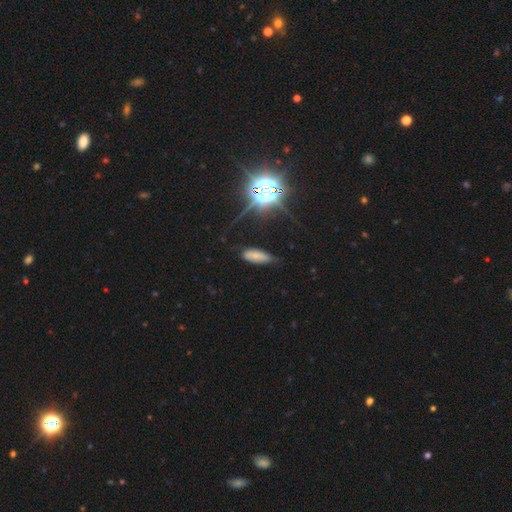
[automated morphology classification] smooth-or-featured: smooth: 62% | star or artifact: 20% | featured or disk: 18%
  how-rounded: in between: 74% | cigar-shaped: 24% | round: 3%
  merging: none: 65% | minor disturbance: 26% | major disturbance: 7% | merger: 2%